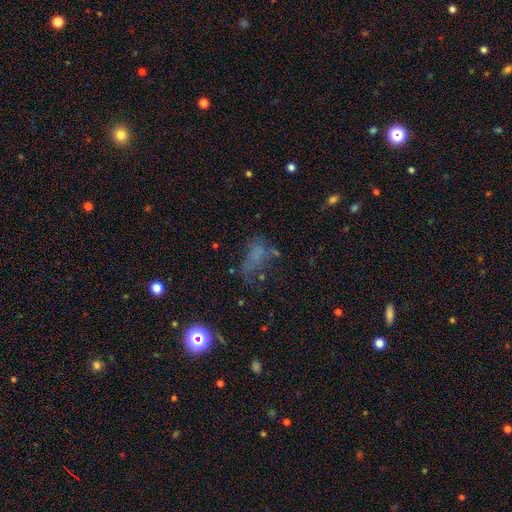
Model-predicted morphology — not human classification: This is possibly a smooth galaxy (46%). Merging: marginally none (39%).